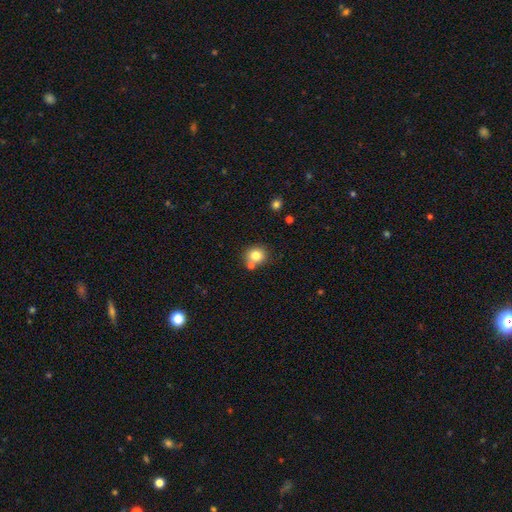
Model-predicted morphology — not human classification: type=smooth (80%); roundness=round (85%); merging=none (67%).